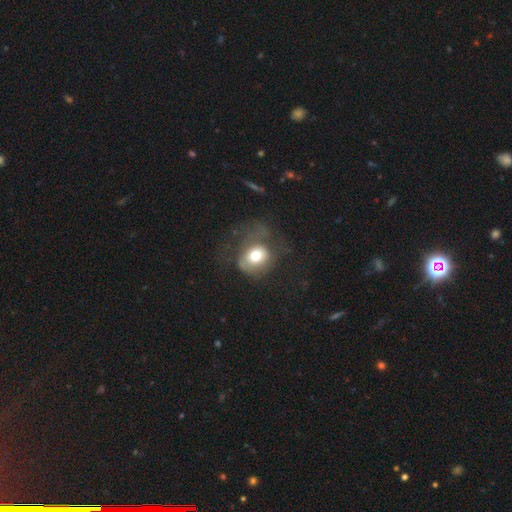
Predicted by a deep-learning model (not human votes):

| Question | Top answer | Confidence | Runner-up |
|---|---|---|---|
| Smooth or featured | smooth | 64% | featured or disk (25%) |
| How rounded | round | 65% | in between (34%) |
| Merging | none | 38% | major disturbance (37%) |